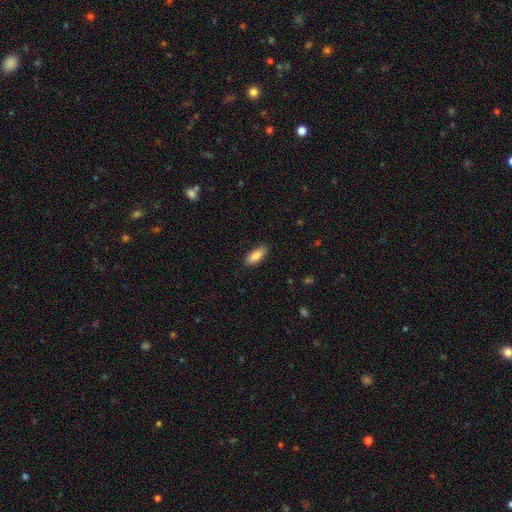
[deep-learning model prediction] Smooth or featured?
  - smooth: 85% *
  - featured or disk: 9%
  - star or artifact: 6%
How rounded?
  - in between: 77% *
  - cigar-shaped: 22%
  - round: 2%
Merging?
  - none: 87% *
  - minor disturbance: 10%
  - major disturbance: 2%
  - merger: 1%